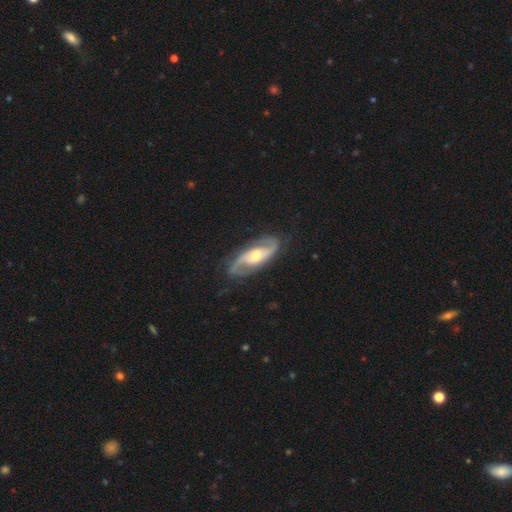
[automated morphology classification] A featured or disk galaxy (89%) with no bar (44%), 2 (92%) medium (53%) spiral arms (97%) and a moderate central bulge (63%).

Vote fractions:
- Smooth or featured? featured or disk: 89% / smooth: 7% / star or artifact: 4%
- Edge-on disk? no: 95% / yes: 5%
- Bar? no: 44% / weak: 38% / strong: 18%
- Spiral arms? yes: 97% / no: 3%
- Spiral winding? medium: 53% / tight: 23% / loose: 23%
- Spiral arm count? 2: 92% / can't tell: 3% / 3: 1% / 1: 1% / 4: 1% / more than 4: 1%
- Bulge size? moderate: 63% / small: 26% / large: 8% / none: 2% / dominant: 1%
- Merging? none: 81% / minor disturbance: 13% / major disturbance: 5% / merger: 1%